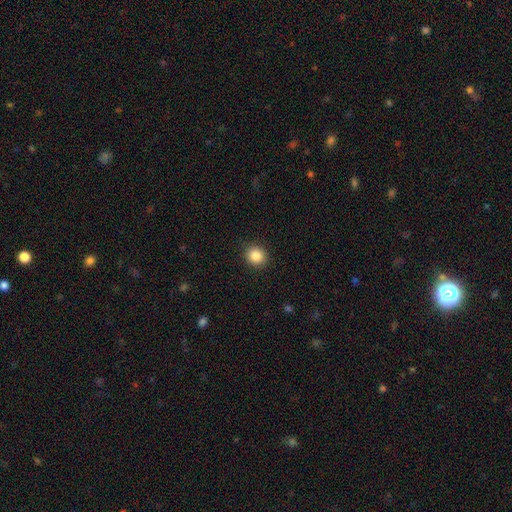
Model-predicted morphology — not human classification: Smooth or featured?
  - smooth: 86% *
  - star or artifact: 10%
  - featured or disk: 4%
How rounded?
  - round: 87% *
  - in between: 12%
  - cigar-shaped: 1%
Merging?
  - none: 92% *
  - minor disturbance: 5%
  - major disturbance: 2%
  - merger: 1%